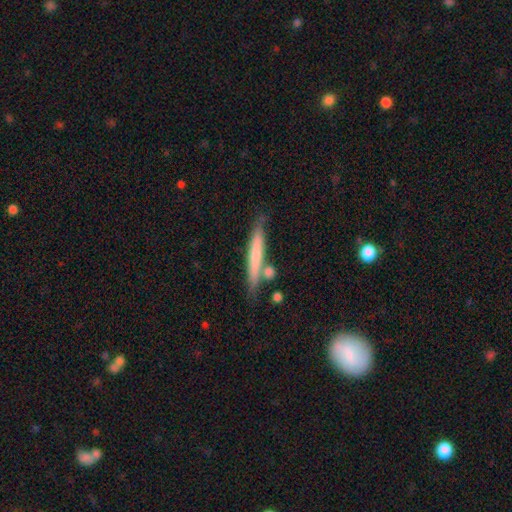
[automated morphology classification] smooth-or-featured: smooth: 60% | featured or disk: 35% | star or artifact: 6%
  how-rounded: cigar-shaped: 94% | in between: 4% | round: 2%
  merging: none: 72% | minor disturbance: 14% | merger: 11% | major disturbance: 3%